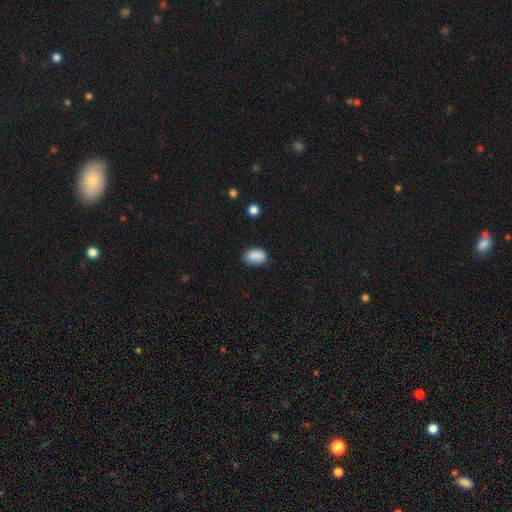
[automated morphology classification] smooth-or-featured: smooth: 87% | star or artifact: 8% | featured or disk: 4%
  how-rounded: in between: 87% | round: 12% | cigar-shaped: 1%
  merging: none: 76% | minor disturbance: 18% | major disturbance: 3% | merger: 2%